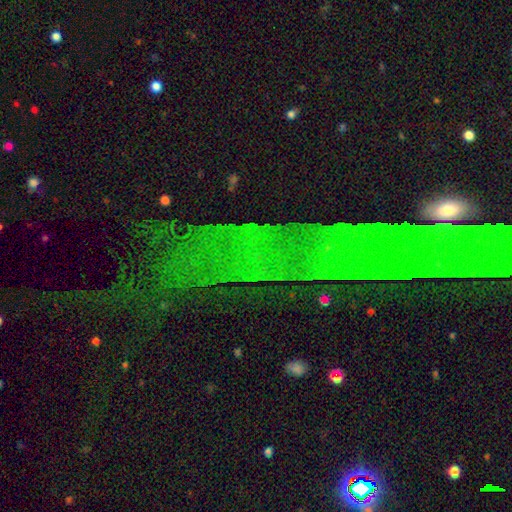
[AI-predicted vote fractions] Smooth or featured: star or artifact — 62% (featured or disk — 22%)